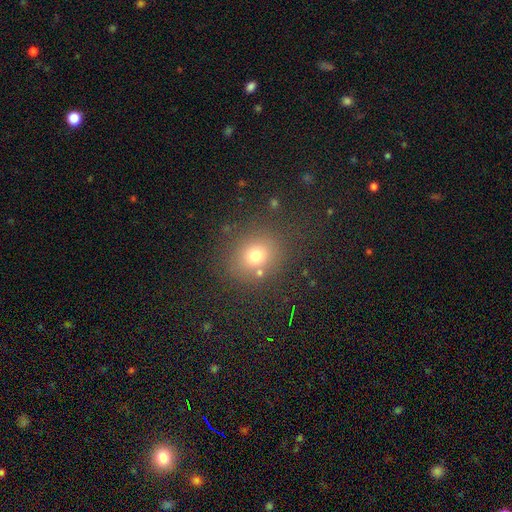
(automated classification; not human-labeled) Smooth or featured? Predicted: smooth (p=0.72). How rounded? Predicted: round (p=0.73). Merging? Predicted: none (p=0.78).